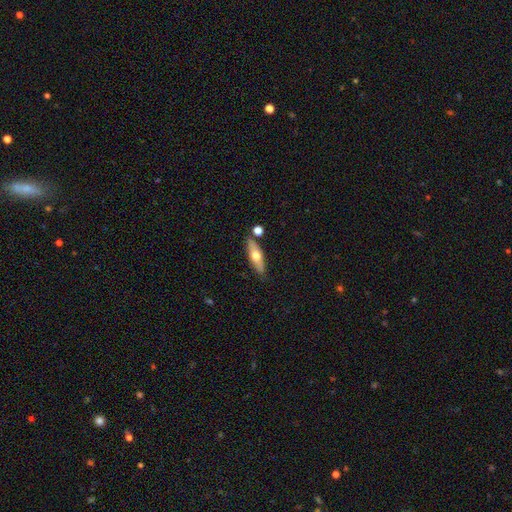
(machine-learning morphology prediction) Overall: smooth (54%; featured or disk 40%). How rounded: cigar-shaped (50%; in between 47%). Merging: none (79%).